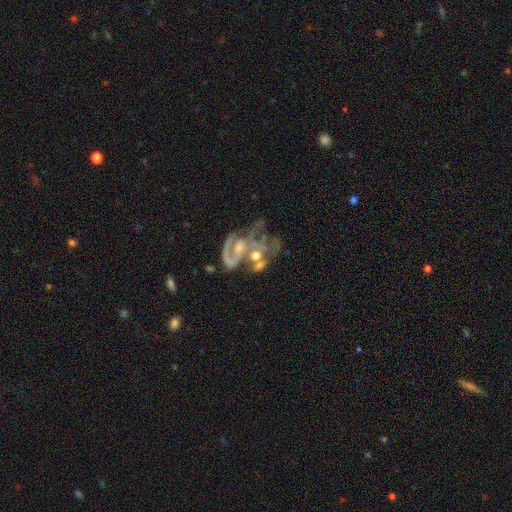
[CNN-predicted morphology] This is likely a featured or disk galaxy (70%). It is clearly not viewed edge-on (97%). Bar: likely no (74%). Spiral arm pattern: possibly yes (54%). Central bulge: possibly moderate (47%). Merging: possibly merger (55%).